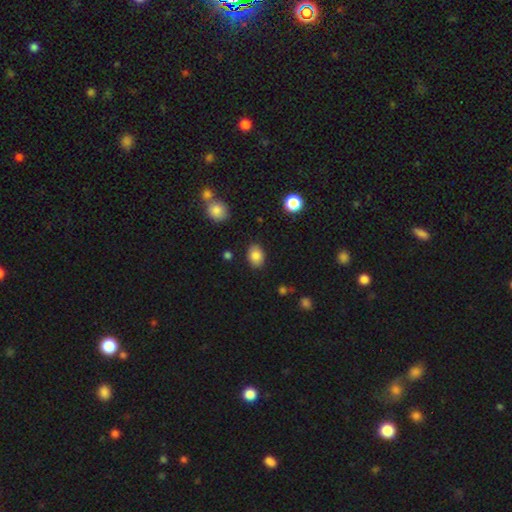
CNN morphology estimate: Overall: smooth (84%). How rounded: in between (75%). Merging: none (85%).